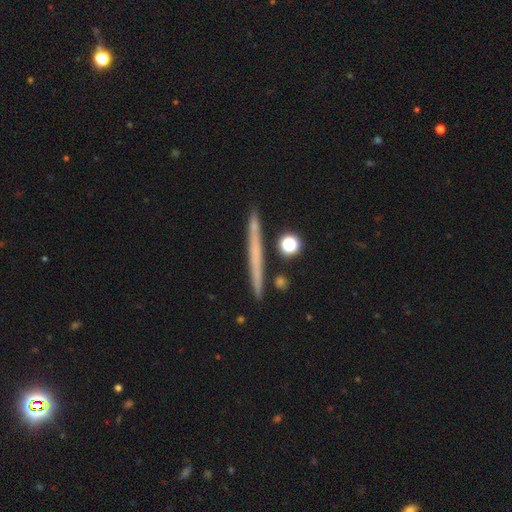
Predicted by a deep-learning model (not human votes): Smooth or featured? Predicted: featured or disk (p=0.46, tied with smooth). Merging? Predicted: none (p=0.87).